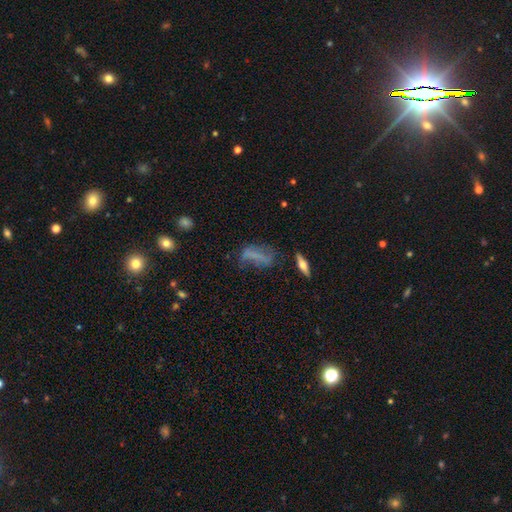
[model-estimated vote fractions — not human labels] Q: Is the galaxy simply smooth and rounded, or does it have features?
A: smooth — 49%.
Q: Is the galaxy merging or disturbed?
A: none — 43%.